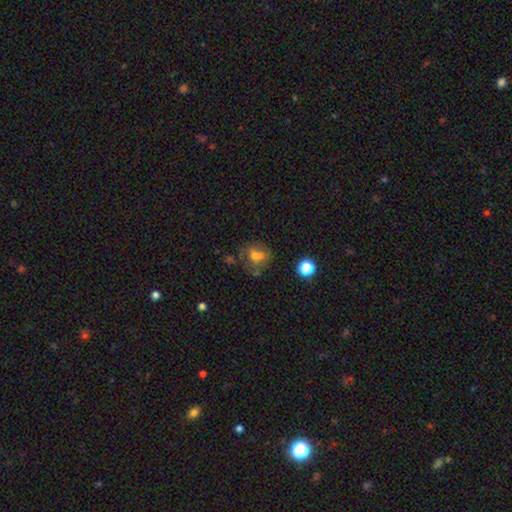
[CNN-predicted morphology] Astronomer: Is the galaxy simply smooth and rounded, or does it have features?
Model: smooth — 56%.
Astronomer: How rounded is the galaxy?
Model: round — 59% (runner-up: in between, 39%).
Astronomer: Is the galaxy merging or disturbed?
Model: none — 47%.